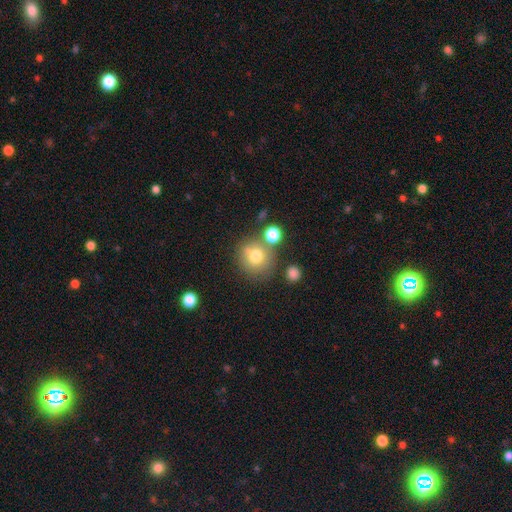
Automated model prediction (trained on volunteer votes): Morphology: type=smooth (74%); roundness=round (91%); merging=none (67%).